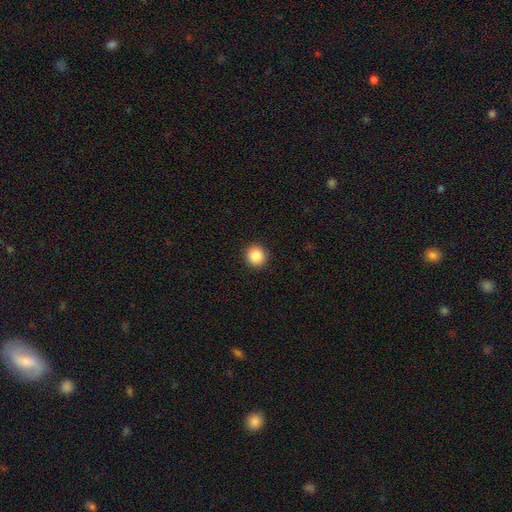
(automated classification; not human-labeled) smooth 88%, star or artifact 9%, featured or disk 3%. Down the decision tree: how rounded — round (93%); merging — none (93%).